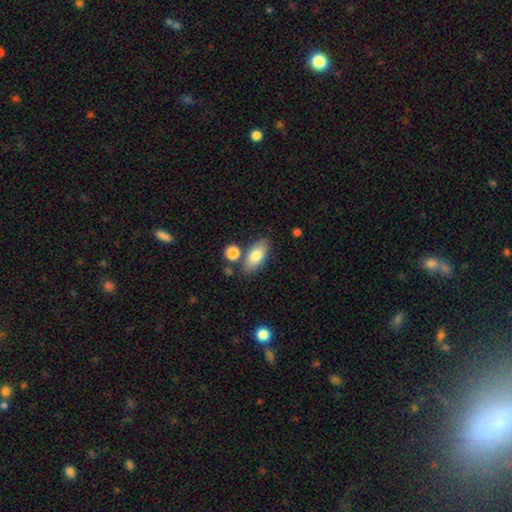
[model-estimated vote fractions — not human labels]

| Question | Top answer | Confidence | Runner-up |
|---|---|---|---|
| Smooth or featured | smooth | 77% | featured or disk (17%) |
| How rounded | in between | 86% | cigar-shaped (10%) |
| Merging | none | 75% | minor disturbance (12%) |